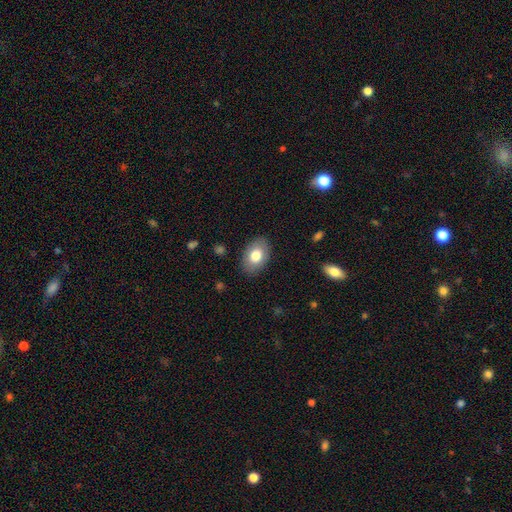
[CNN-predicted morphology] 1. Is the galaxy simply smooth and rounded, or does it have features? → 77% smooth, 16% featured or disk, 7% star or artifact.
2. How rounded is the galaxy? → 87% in between, 12% round, 1% cigar-shaped.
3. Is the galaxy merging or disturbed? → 86% none, 10% minor disturbance, 3% major disturbance, 1% merger.